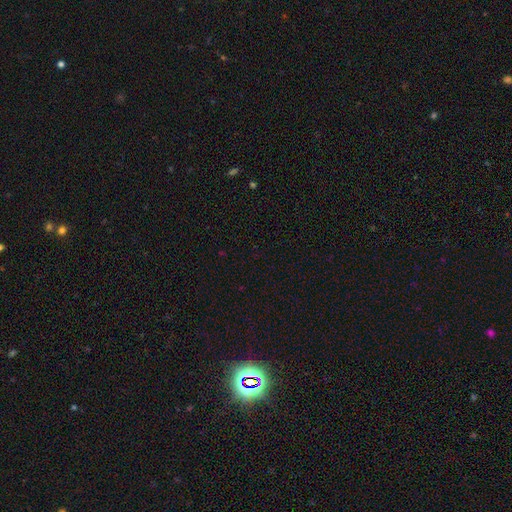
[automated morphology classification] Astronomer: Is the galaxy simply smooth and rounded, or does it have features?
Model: star or artifact — 69%.